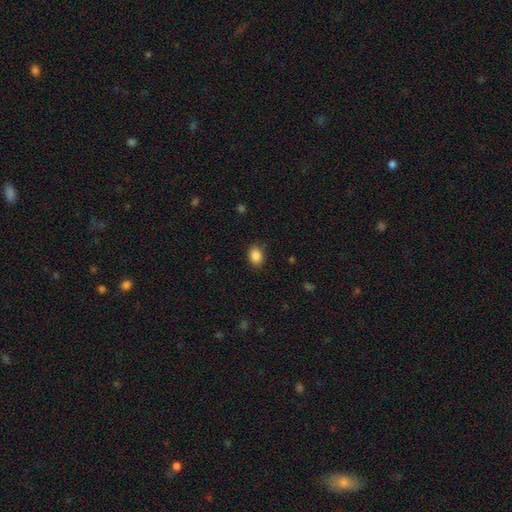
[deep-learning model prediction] Smooth or featured?
  - smooth: 88% *
  - star or artifact: 8%
  - featured or disk: 4%
How rounded?
  - in between: 70% *
  - round: 29%
  - cigar-shaped: 1%
Merging?
  - none: 86% *
  - minor disturbance: 10%
  - major disturbance: 3%
  - merger: 1%